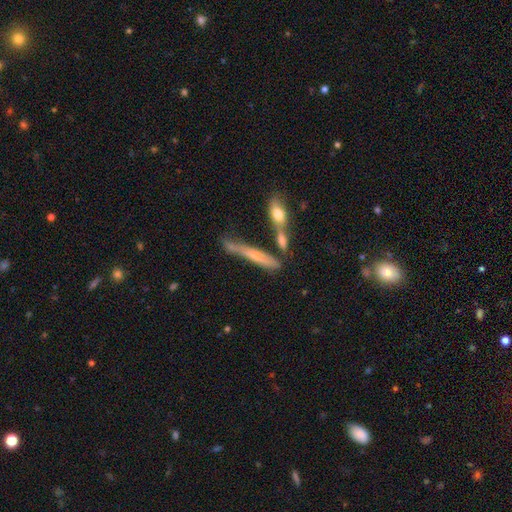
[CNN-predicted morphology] smooth_or_featured: smooth (p=0.46) [alt: featured or disk p=0.45]
merging: none (p=0.50) [alt: merger p=0.22]